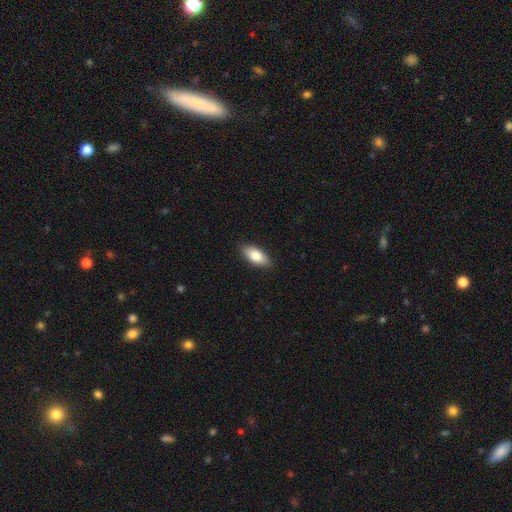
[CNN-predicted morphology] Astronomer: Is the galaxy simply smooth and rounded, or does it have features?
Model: smooth — 81%.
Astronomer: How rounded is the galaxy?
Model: in between — 87%.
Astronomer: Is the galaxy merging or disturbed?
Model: none — 89%.